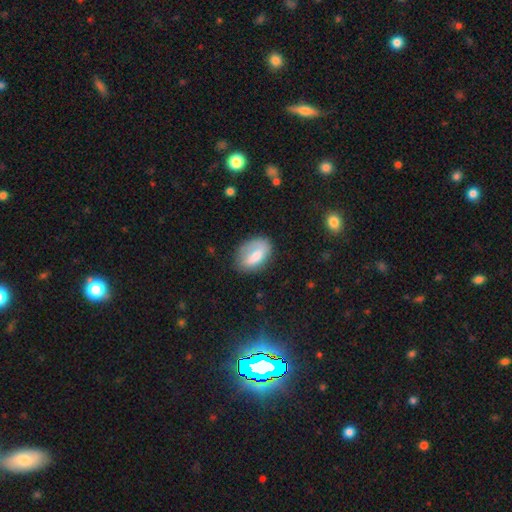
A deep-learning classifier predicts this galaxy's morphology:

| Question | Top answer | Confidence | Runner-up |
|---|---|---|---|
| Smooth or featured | smooth | 70% | featured or disk (23%) |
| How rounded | in between | 88% | round (8%) |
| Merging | none | 65% | minor disturbance (24%) |